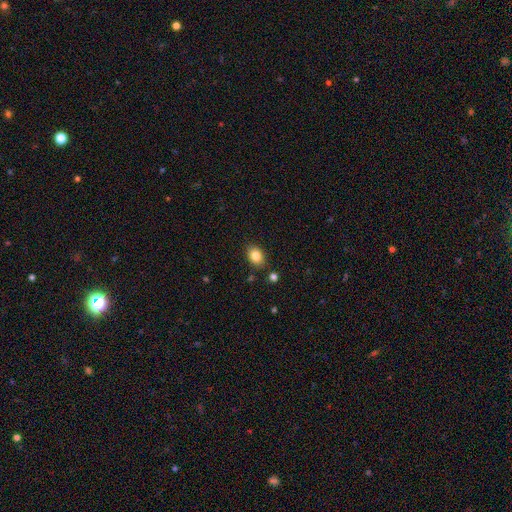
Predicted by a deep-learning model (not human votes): This is clearly a smooth galaxy (84%). How rounded: likely in between (70%). Merging: clearly none (86%).